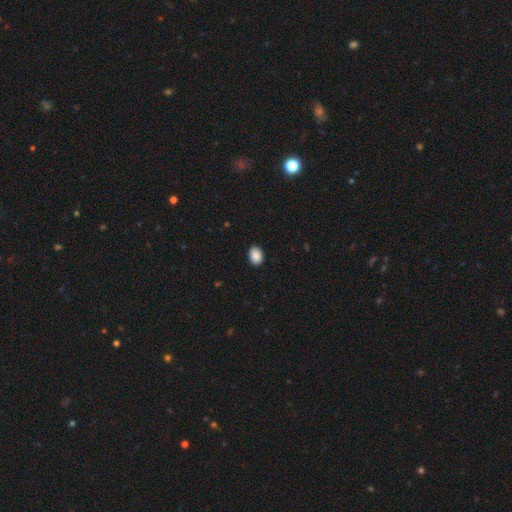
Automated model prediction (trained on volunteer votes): A smooth galaxy with no disk features (89%) that is in between round and cigar-shaped (73%). Merging: none (89%).